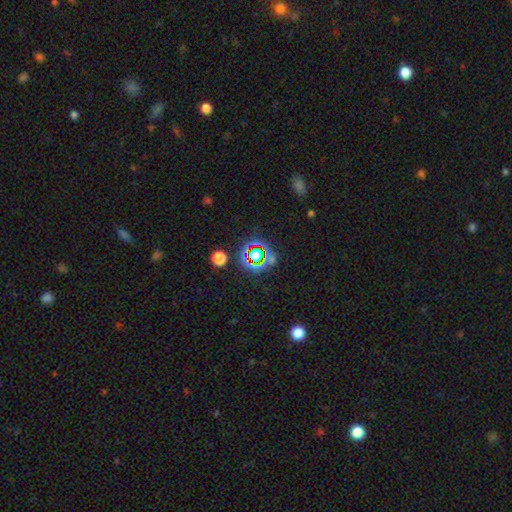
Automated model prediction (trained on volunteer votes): Smooth or featured? star or artifact (64%)